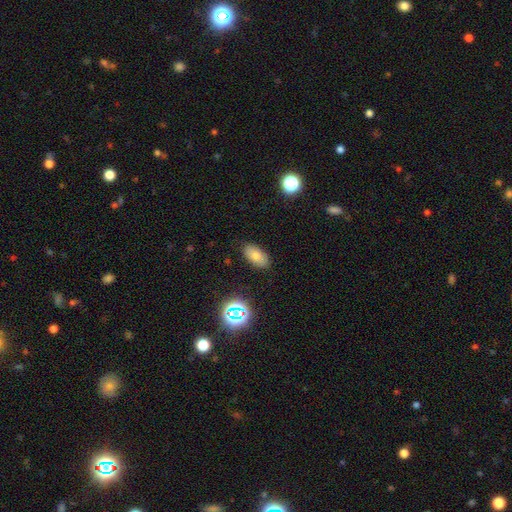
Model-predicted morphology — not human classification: Overall: smooth (75%). How rounded: in between (92%). Merging: none (86%).